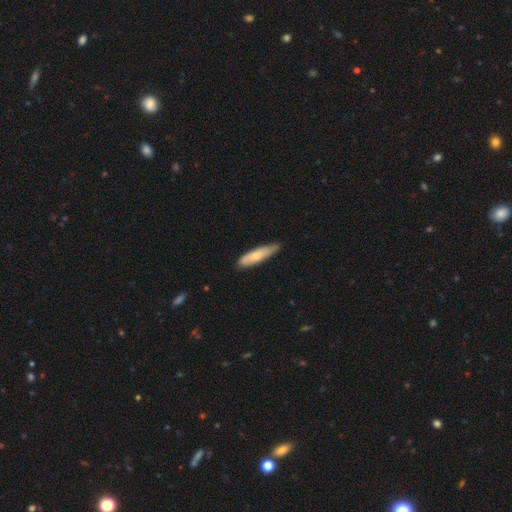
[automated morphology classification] smooth-or-featured: smooth: 73% | featured or disk: 22% | star or artifact: 5%
  how-rounded: cigar-shaped: 73% | in between: 26% | round: 1%
  merging: none: 70% | minor disturbance: 26% | major disturbance: 3% | merger: 1%